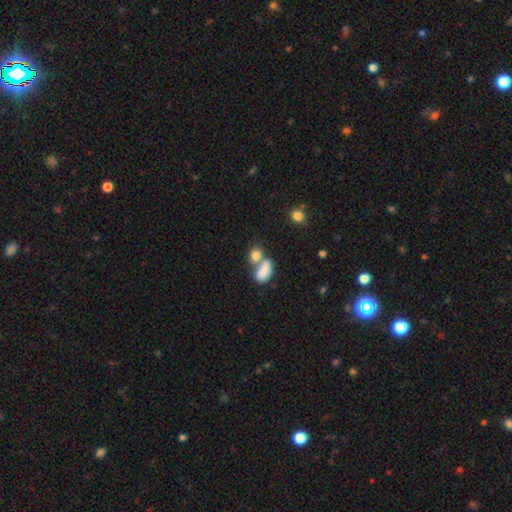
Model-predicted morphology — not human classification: The model was most divided on "merging": merger: 60%, none: 26%, minor disturbance: 8%, major disturbance: 6%. More confident: smooth or featured — smooth (80%); how rounded — in between (70%).